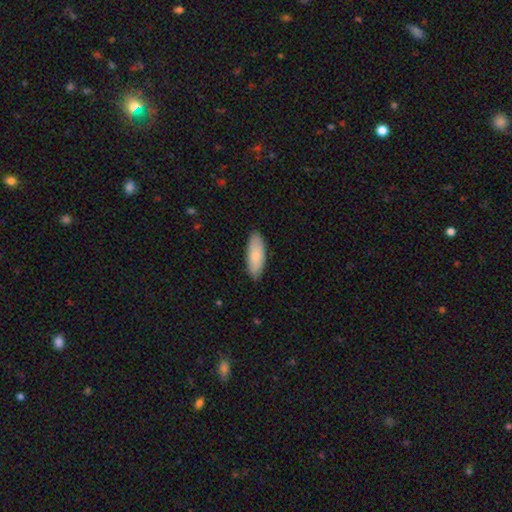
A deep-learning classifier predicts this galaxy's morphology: Overall: smooth (82%). How rounded: in between (76%). Merging: none (87%).